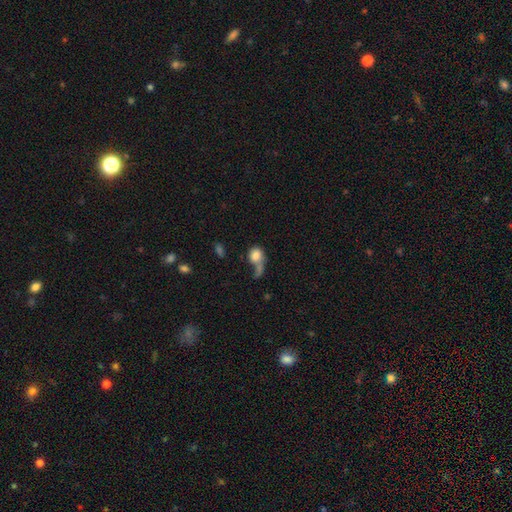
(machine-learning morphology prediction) Smooth or featured: smooth — 73% (featured or disk — 18%)
How rounded: round — 55% (in between — 43%)
Merging: major disturbance — 32% (merger — 28%)